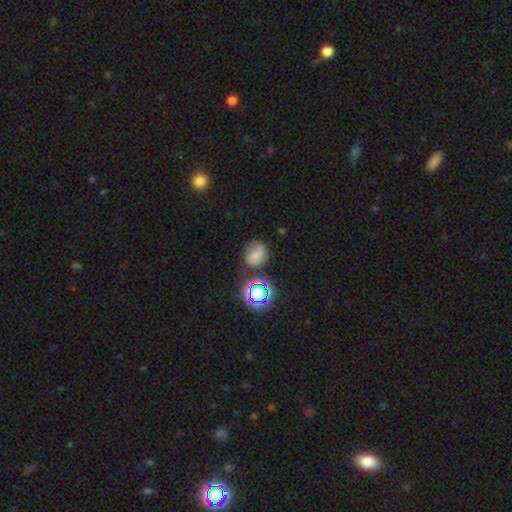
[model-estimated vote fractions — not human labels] smooth-or-featured: smooth: 57% | featured or disk: 22% | star or artifact: 22%
  how-rounded: round: 67% | in between: 32% | cigar-shaped: 1%
  merging: none: 58% | minor disturbance: 24% | major disturbance: 11% | merger: 7%